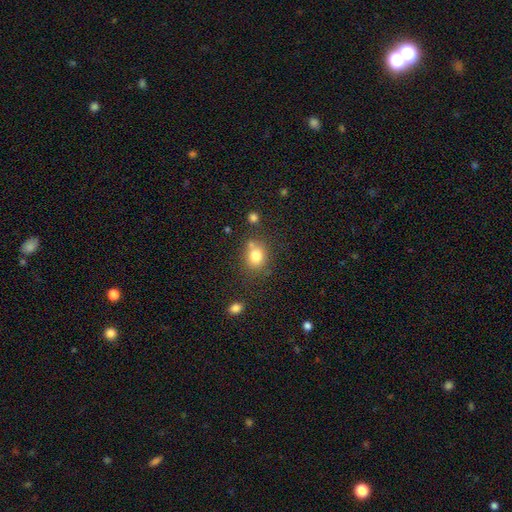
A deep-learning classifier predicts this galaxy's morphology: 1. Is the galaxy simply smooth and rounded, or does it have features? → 79% smooth, 12% star or artifact, 10% featured or disk.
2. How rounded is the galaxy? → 67% round, 32% in between, 1% cigar-shaped.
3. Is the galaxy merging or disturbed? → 65% none, 15% merger, 15% minor disturbance, 5% major disturbance.